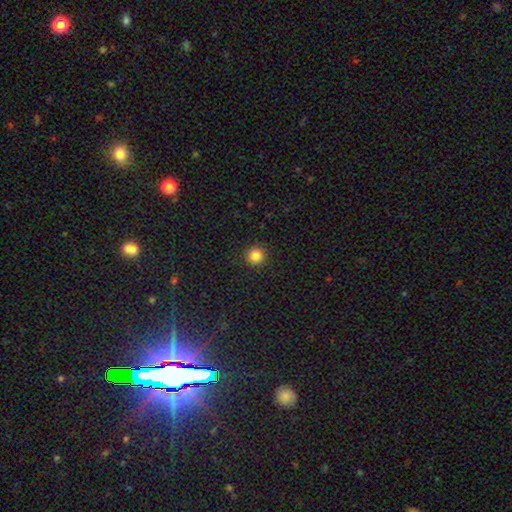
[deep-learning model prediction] The model was most divided on "smooth or featured": smooth: 84%, star or artifact: 12%, featured or disk: 4%. More confident: how rounded — round (94%); merging — none (92%).